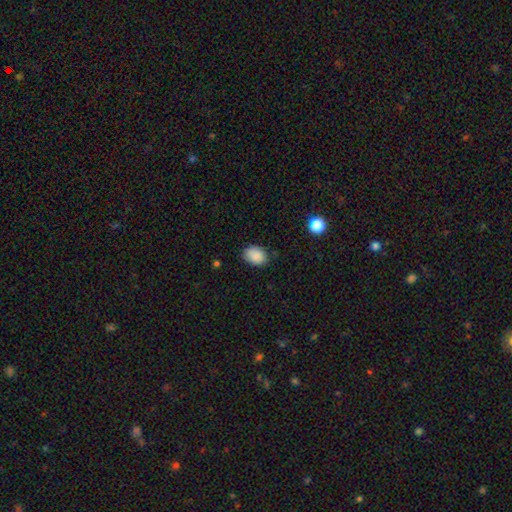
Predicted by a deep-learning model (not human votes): Q: Smooth or featured?
A: smooth (88%); runner-up: star or artifact (8%)
Q: How rounded?
A: in between (71%); runner-up: round (28%)
Q: Merging?
A: none (79%); runner-up: minor disturbance (17%)